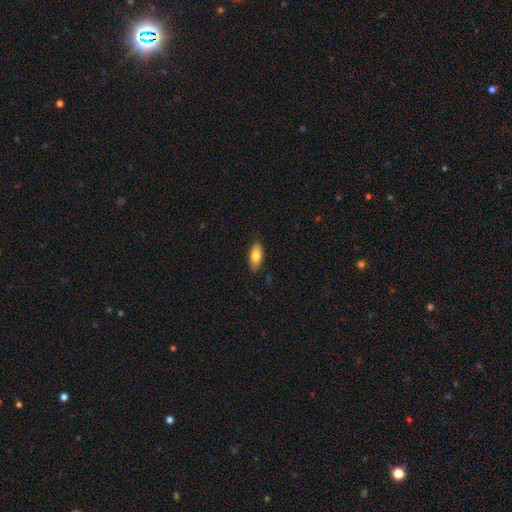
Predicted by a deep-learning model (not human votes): smooth 78%, featured or disk 16%, star or artifact 6%. Down the decision tree: how rounded — in between (86%); merging — none (88%).